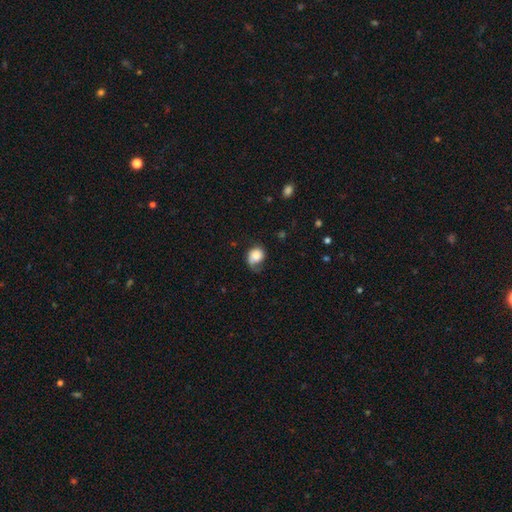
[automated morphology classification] Overall: smooth (76%). How rounded: round (59%; in between 40%). Merging: none (37%; minor disturbance 36%).